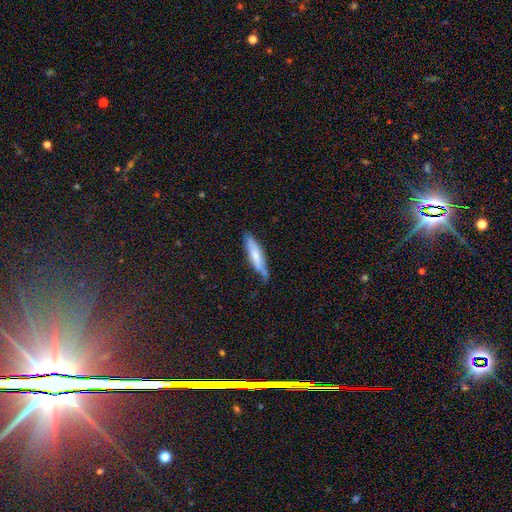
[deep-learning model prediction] A smooth galaxy with no disk features (61%) that is cigar-shaped (79%). Merging: none (66%).